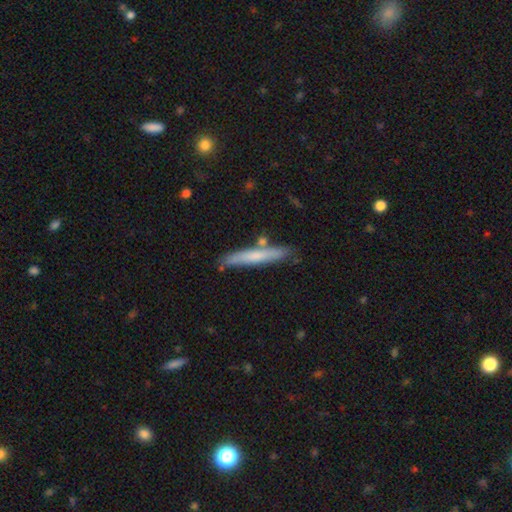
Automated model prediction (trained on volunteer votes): Smooth or featured: smooth — 64% (featured or disk — 31%)
How rounded: cigar-shaped — 94% (in between — 5%)
Merging: none — 80% (minor disturbance — 12%)